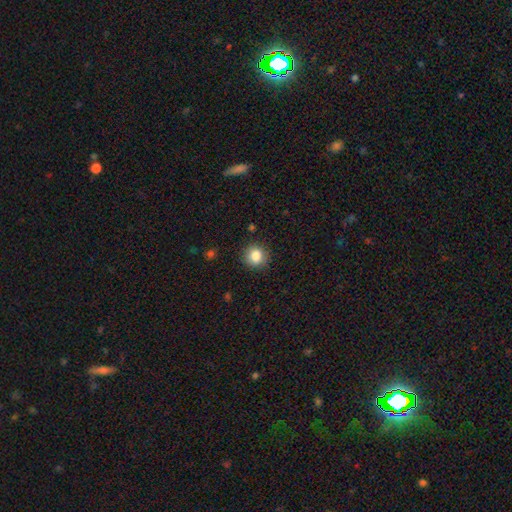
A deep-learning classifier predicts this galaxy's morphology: smooth_or_featured: smooth (p=0.84) [alt: star or artifact p=0.10]
how_rounded: round (p=0.88) [alt: in between p=0.11]
merging: none (p=0.89) [alt: minor disturbance p=0.07]